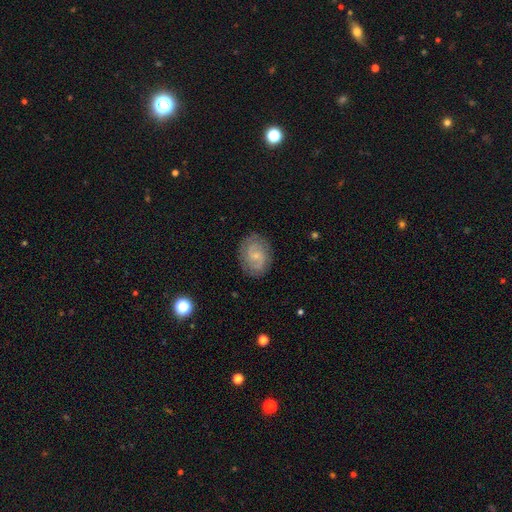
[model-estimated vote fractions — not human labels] The model was most divided on "spiral winding" (2-way tie): medium: 43%, tight: 43%, loose: 14%. More confident: edge-on disk — no (98%); spiral arms — yes (92%); merging — none (83%); spiral arm count — 2 (76%); bulge size — small (73%); smooth or featured — featured or disk (71%); bar — no (54%).